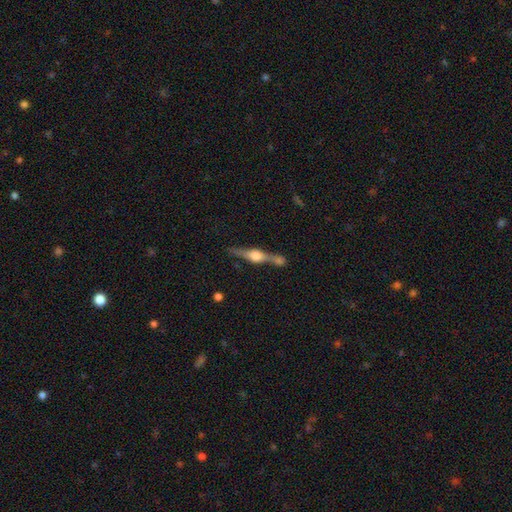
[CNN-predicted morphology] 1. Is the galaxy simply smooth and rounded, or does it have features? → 79% featured or disk, 14% smooth, 7% star or artifact.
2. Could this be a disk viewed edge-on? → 97% yes, 3% no.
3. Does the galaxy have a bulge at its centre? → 91% rounded, 7% boxy, 2% none.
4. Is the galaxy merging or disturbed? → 65% none, 21% merger, 10% minor disturbance, 4% major disturbance.